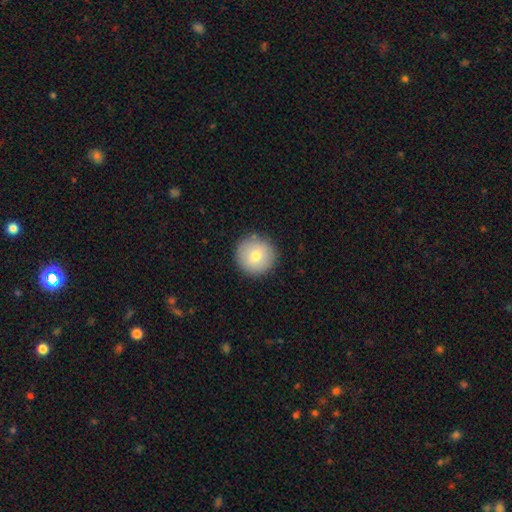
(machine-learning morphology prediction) A smooth galaxy with no disk features (75%) that is round (95%).

Vote fractions:
- Smooth or featured? smooth: 75% / featured or disk: 17% / star or artifact: 9%
- How rounded? round: 95% / in between: 4% / cigar-shaped: 1%
- Merging? none: 90% / minor disturbance: 7% / major disturbance: 2% / merger: 1%